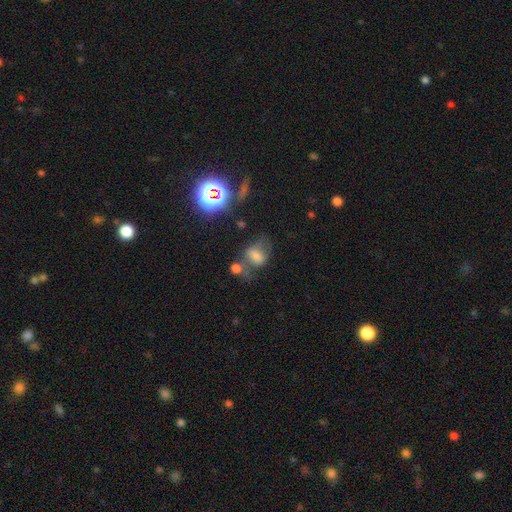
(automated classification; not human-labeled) A smooth galaxy with no disk features (54%) that is in between round and cigar-shaped (69%). Merging: none (39%).